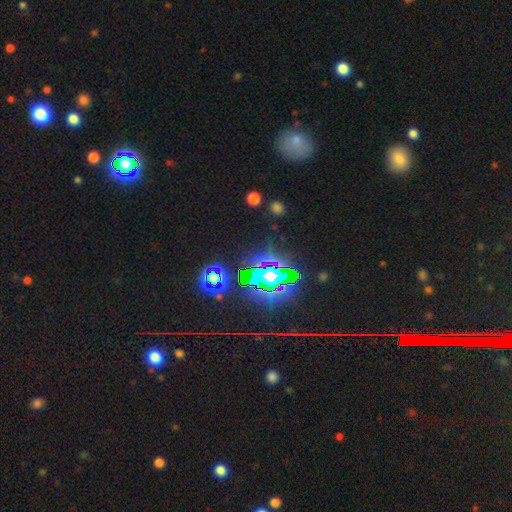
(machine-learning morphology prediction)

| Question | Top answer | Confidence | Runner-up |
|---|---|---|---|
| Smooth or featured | star or artifact | 81% | smooth (11%) |